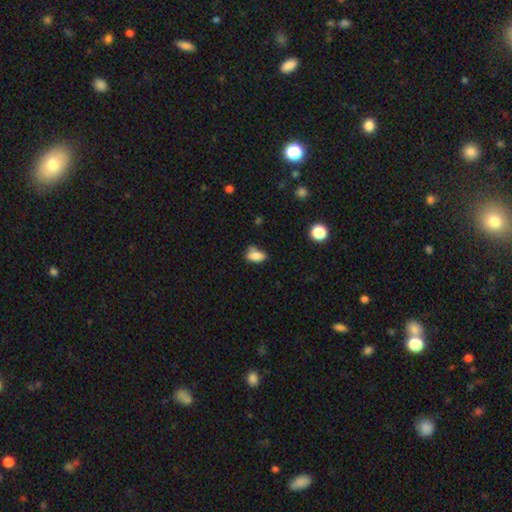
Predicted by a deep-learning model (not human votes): Smooth or featured: smooth — 81% (star or artifact — 10%)
How rounded: in between — 88% (round — 8%)
Merging: none — 55% (minor disturbance — 27%)